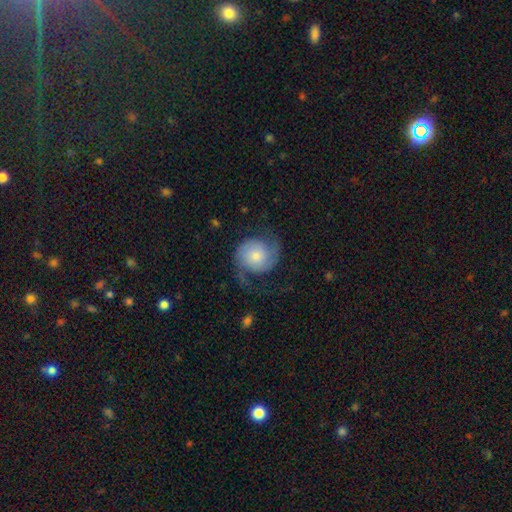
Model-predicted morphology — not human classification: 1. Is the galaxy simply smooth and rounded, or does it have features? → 77% featured or disk, 17% smooth, 6% star or artifact.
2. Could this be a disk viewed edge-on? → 98% no, 2% yes.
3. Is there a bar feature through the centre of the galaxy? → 73% no, 23% weak, 4% strong.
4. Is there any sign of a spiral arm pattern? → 96% yes, 4% no.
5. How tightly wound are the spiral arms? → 41% loose, 40% medium, 19% tight.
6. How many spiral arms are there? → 91% 2, 3% can't tell, 3% 1, 1% 3, 1% 4, 1% more than 4.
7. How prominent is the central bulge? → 41% small, 39% moderate, 10% large, 6% none, 4% dominant.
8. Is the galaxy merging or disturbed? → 64% none, 17% minor disturbance, 17% major disturbance, 2% merger.